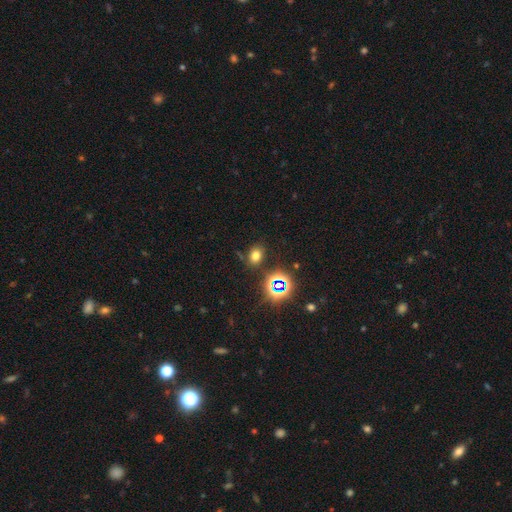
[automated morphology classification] type=smooth (67%); roundness=in between (58%); merging=none (81%).